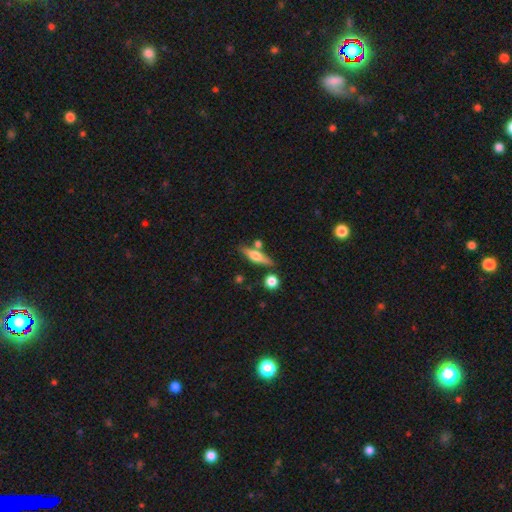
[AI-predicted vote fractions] The model was most divided on "smooth or featured": smooth: 49%, featured or disk: 44%, star or artifact: 7%. More confident: merging — none (73%).